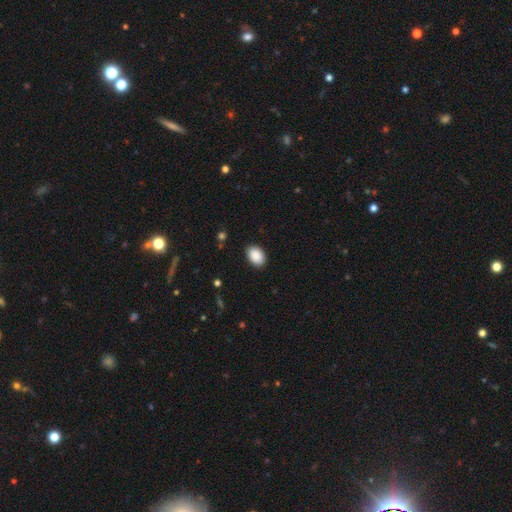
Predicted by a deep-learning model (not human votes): smooth_or_featured: smooth (p=0.90) [alt: star or artifact p=0.07]
how_rounded: in between (p=0.83) [alt: round p=0.16]
merging: none (p=0.89) [alt: minor disturbance p=0.08]